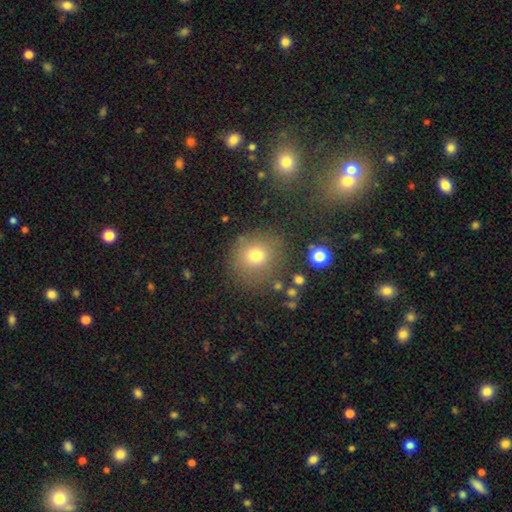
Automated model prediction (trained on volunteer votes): smooth_or_featured: smooth (p=0.74) [alt: star or artifact p=0.16]
how_rounded: round (p=0.84) [alt: in between p=0.15]
merging: none (p=0.77) [alt: minor disturbance p=0.13]